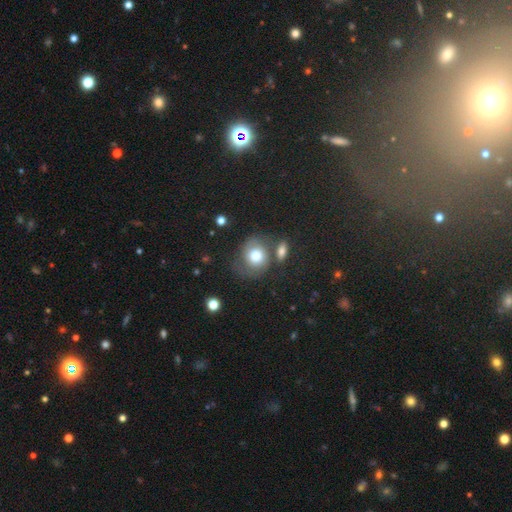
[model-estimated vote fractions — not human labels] This appears to be a smooth galaxy with no disk features (67%) that is round (71%). Merging: none (52%).